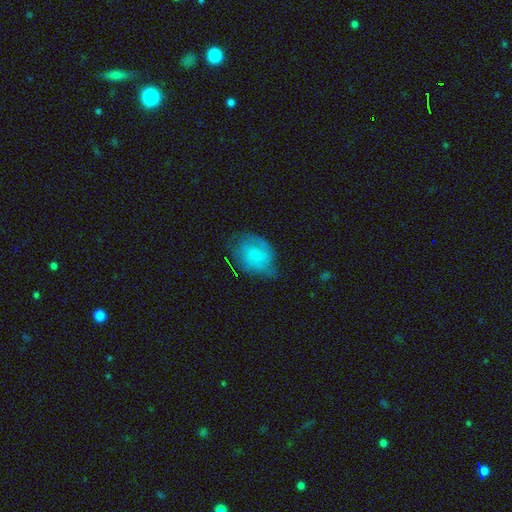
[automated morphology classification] The model was most divided on "smooth or featured": smooth: 52%, featured or disk: 39%, star or artifact: 9%. Remaining: how rounded — in between (66%); merging — none (47%).